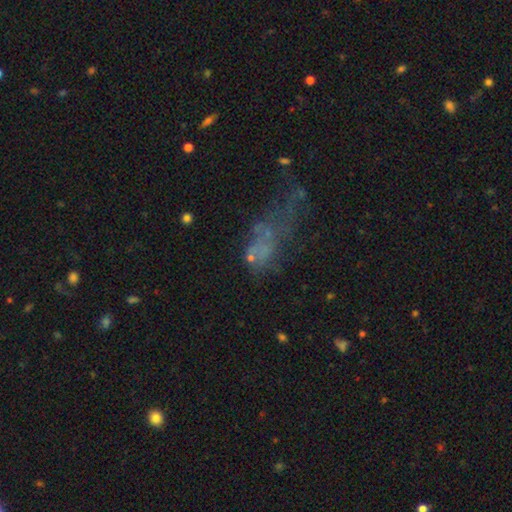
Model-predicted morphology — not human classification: type=featured or disk (39%); merging=major disturbance (42%).